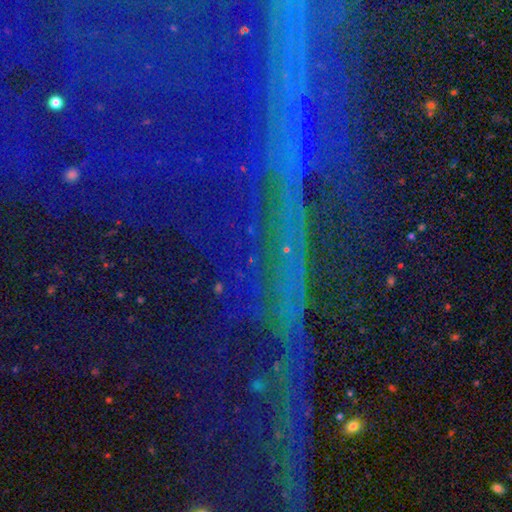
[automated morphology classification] smooth_or_featured: star or artifact (p=0.86) [alt: featured or disk p=0.07]